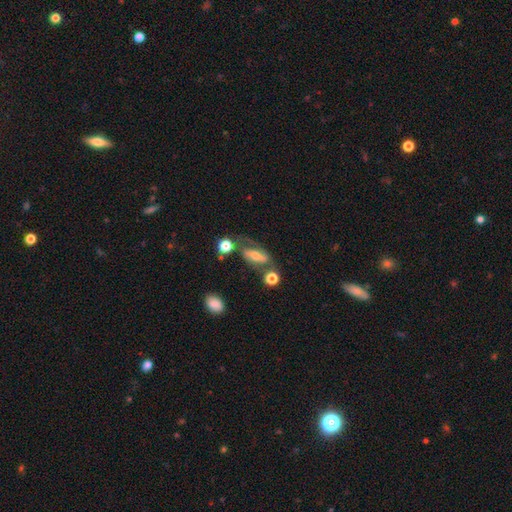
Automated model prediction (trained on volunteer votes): Morphology: type=featured or disk (56%); edge-on=no (83%); merging=none (47%).